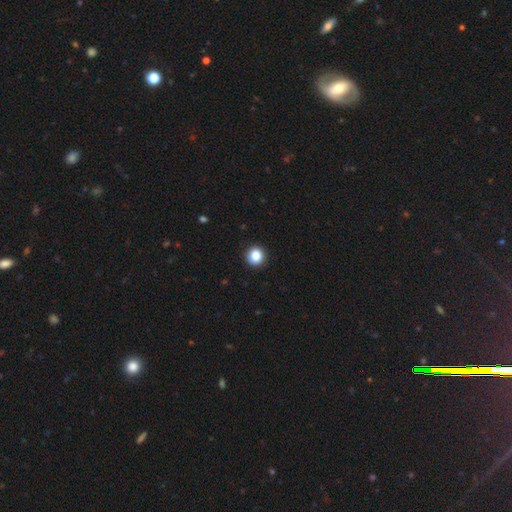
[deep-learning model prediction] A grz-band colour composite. It shows a smooth galaxy with no disk features (86%) that is round (91%). Merging: none (92%).